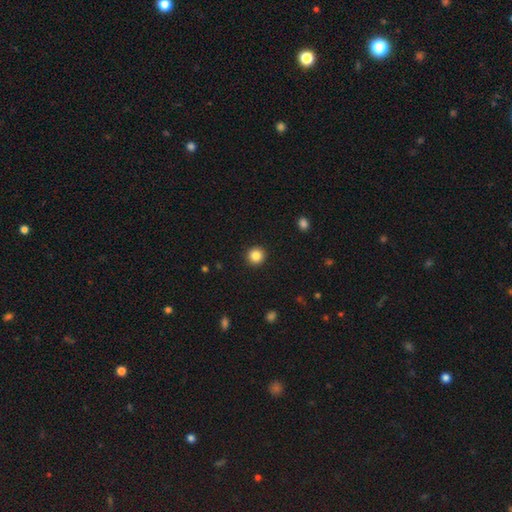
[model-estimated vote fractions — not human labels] smooth_or_featured: smooth (p=0.85) [alt: star or artifact p=0.11]
how_rounded: round (p=0.95) [alt: in between p=0.04]
merging: none (p=0.93) [alt: minor disturbance p=0.04]